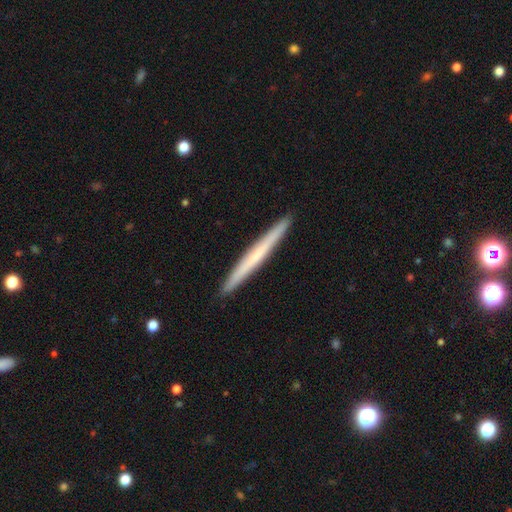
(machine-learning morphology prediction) smooth 50%, featured or disk 44%, star or artifact 6%. Down the decision tree: how rounded — cigar-shaped (97%); merging — none (93%).